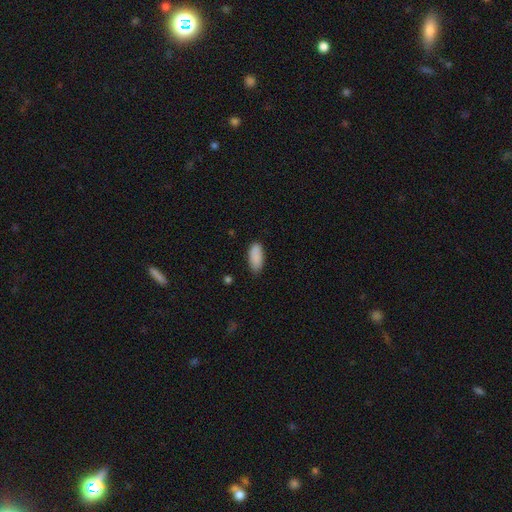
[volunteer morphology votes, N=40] Smooth or featured: smooth — 92% (star or artifact — 5%)
How rounded: in between — 76% (cigar-shaped — 24%)
Merging: none — 76% (minor disturbance — 16%)